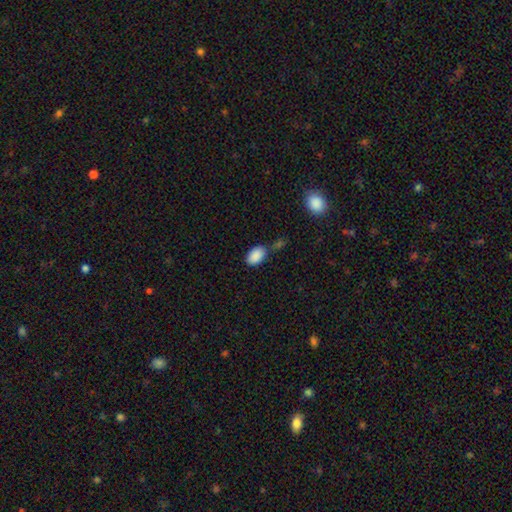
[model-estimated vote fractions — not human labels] A smooth galaxy with no disk features (89%) that is in between round and cigar-shaped (92%).

Vote fractions:
- Smooth or featured? smooth: 89% / star or artifact: 7% / featured or disk: 4%
- How rounded? in between: 92% / round: 7% / cigar-shaped: 1%
- Merging? none: 65% / minor disturbance: 17% / merger: 14% / major disturbance: 5%